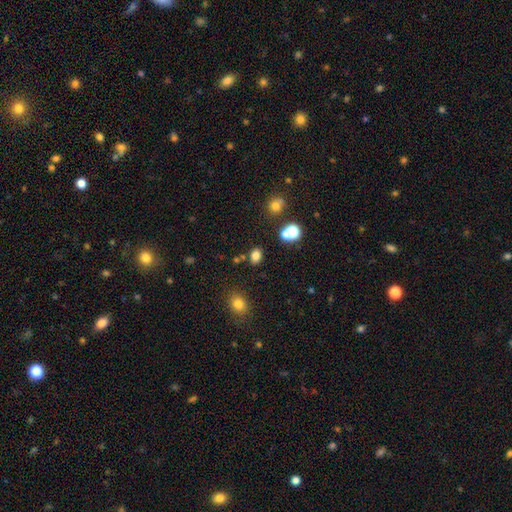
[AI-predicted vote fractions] Q: Smooth or featured?
A: smooth (78%); runner-up: star or artifact (16%)
Q: How rounded?
A: in between (67%); runner-up: round (31%)
Q: Merging?
A: none (77%); runner-up: minor disturbance (11%)